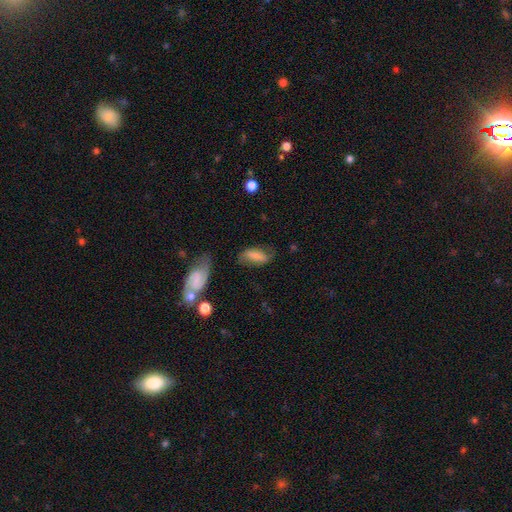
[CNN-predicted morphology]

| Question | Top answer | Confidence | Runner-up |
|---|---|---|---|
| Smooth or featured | smooth | 68% | featured or disk (24%) |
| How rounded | in between | 82% | cigar-shaped (14%) |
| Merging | none | 55% | minor disturbance (27%) |